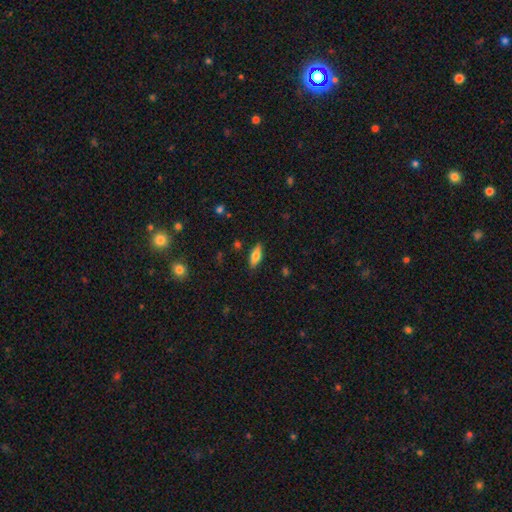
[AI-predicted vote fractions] smooth 68%, featured or disk 25%, star or artifact 7%. Down the decision tree: how rounded — in between (66%); merging — none (86%).